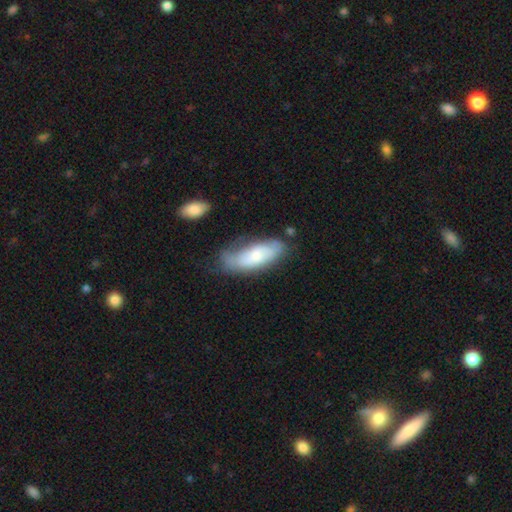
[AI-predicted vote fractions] Smooth or featured? smooth (60%)
How rounded? in between (73%)
Merging? none (46%)